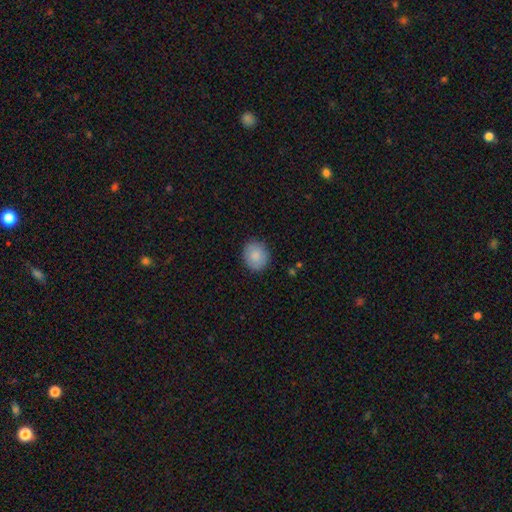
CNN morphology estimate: Smooth or featured?
  - smooth: 87% *
  - star or artifact: 7%
  - featured or disk: 6%
How rounded?
  - round: 71% *
  - in between: 28%
  - cigar-shaped: 1%
Merging?
  - none: 87% *
  - minor disturbance: 9%
  - major disturbance: 2%
  - merger: 1%